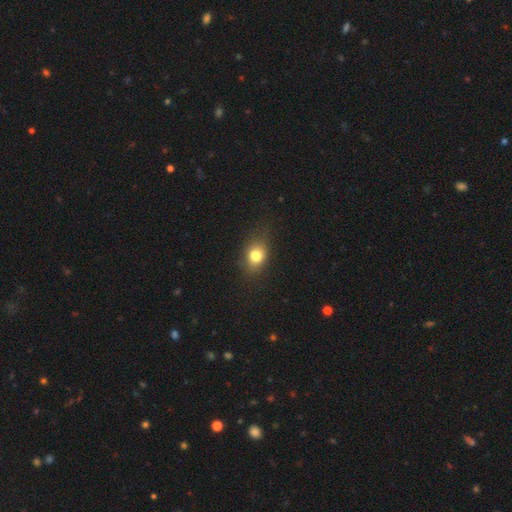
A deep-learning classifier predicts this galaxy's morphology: smooth-or-featured: smooth: 76% | featured or disk: 12% | star or artifact: 12%
  how-rounded: in between: 61% | round: 37% | cigar-shaped: 2%
  merging: none: 66% | minor disturbance: 22% | major disturbance: 8% | merger: 3%